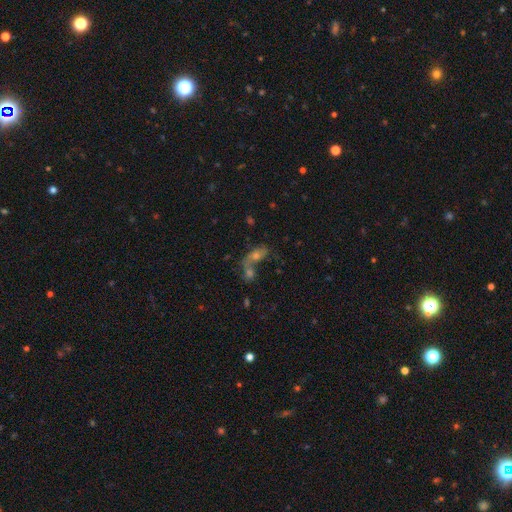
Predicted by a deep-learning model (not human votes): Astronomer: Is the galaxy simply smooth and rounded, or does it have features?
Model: smooth — 45% (runner-up: featured or disk, 34%).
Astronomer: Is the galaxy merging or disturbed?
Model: merger — 64%.